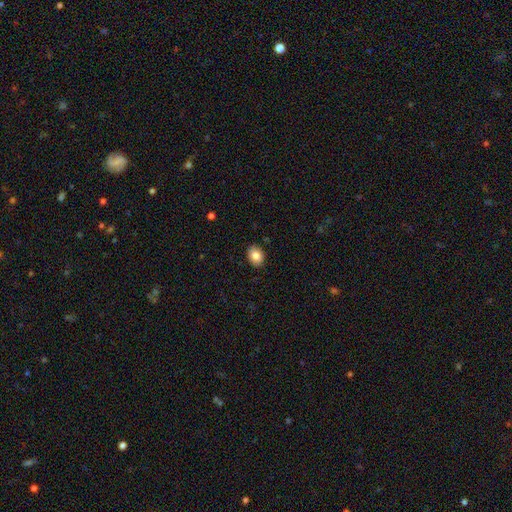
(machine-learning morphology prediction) Smooth or featured: smooth — 84% (featured or disk — 8%)
How rounded: in between — 66% (round — 33%)
Merging: none — 90% (minor disturbance — 8%)